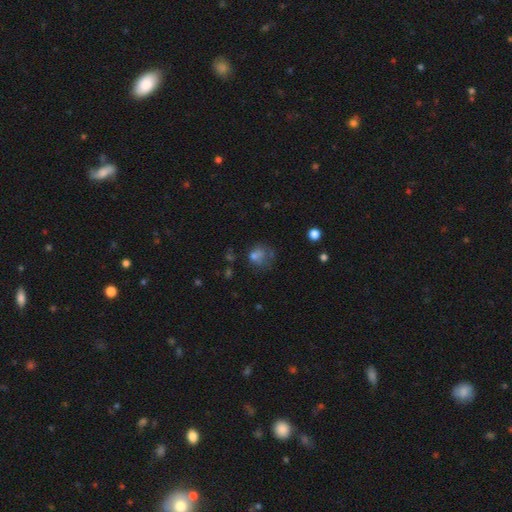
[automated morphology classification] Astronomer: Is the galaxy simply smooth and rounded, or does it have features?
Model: smooth — 58%.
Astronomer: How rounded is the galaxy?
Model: round — 62%.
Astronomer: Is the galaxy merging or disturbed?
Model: none — 34% (runner-up: major disturbance, 31%).